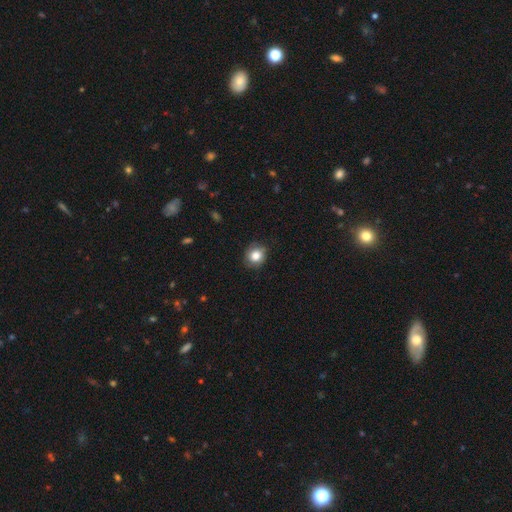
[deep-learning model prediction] Morphology: type=smooth (82%); roundness=round (80%); merging=none (81%).